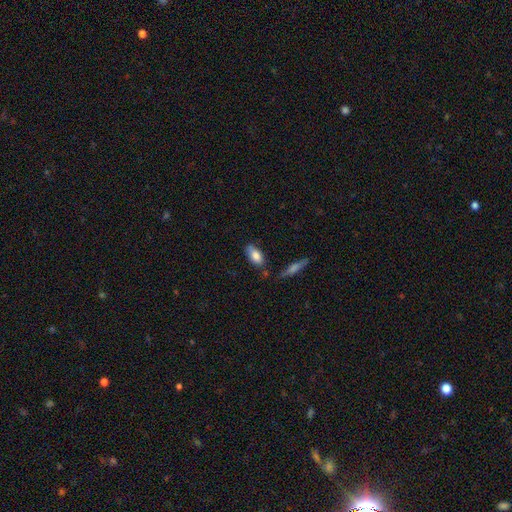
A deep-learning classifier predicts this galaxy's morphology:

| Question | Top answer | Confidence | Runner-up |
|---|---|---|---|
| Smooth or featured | smooth | 80% | featured or disk (13%) |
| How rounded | in between | 84% | cigar-shaped (12%) |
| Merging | none | 68% | minor disturbance (21%) |